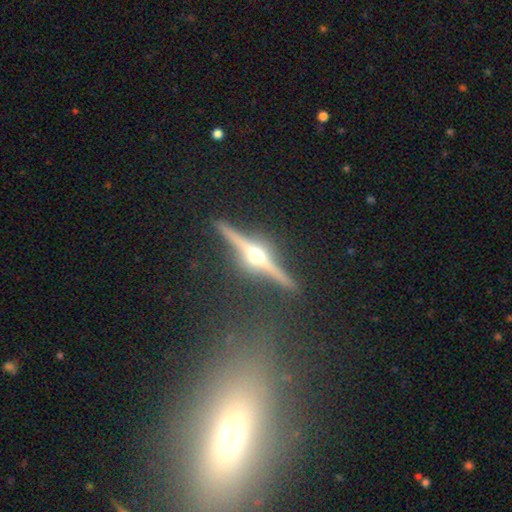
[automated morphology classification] Smooth or featured?
  - featured or disk: 84% *
  - star or artifact: 9%
  - smooth: 7%
Edge-on disk?
  - yes: 96% *
  - no: 4%
Edge-on bulge?
  - rounded: 96% *
  - boxy: 2%
  - none: 2%
Merging?
  - none: 88% *
  - minor disturbance: 8%
  - major disturbance: 2%
  - merger: 2%